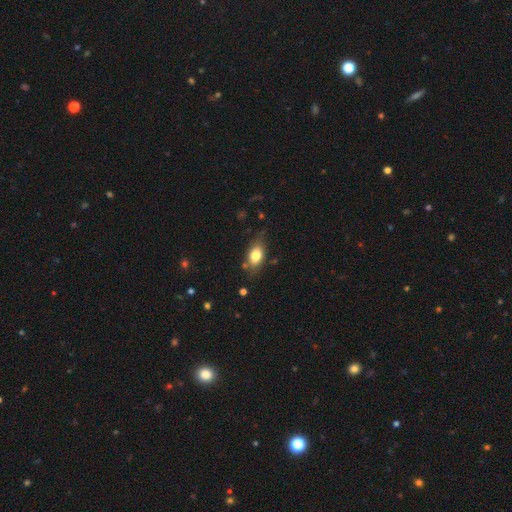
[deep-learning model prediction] This is likely a smooth galaxy (78%). How rounded: clearly in between (85%). Merging: likely none (71%).